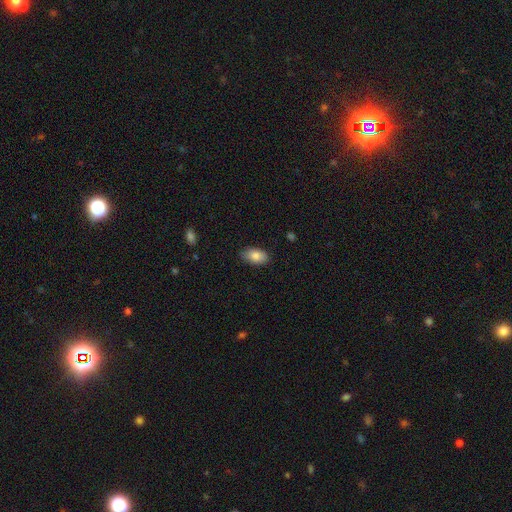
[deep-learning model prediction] Smooth or featured? Predicted: smooth (p=0.85). How rounded? Predicted: in between (p=0.93). Merging? Predicted: none (p=0.85).